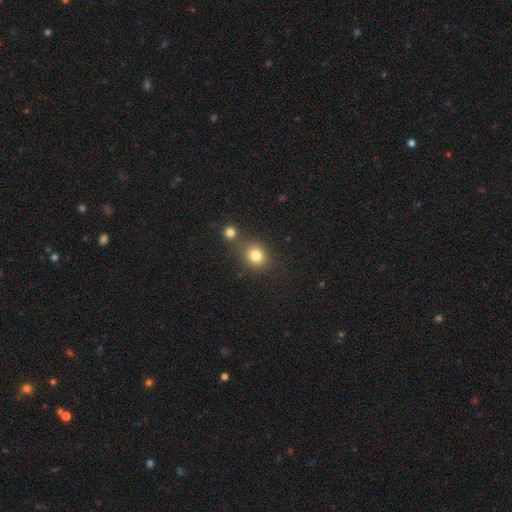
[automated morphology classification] type=smooth (79%); roundness=round (76%); merging=none (69%).